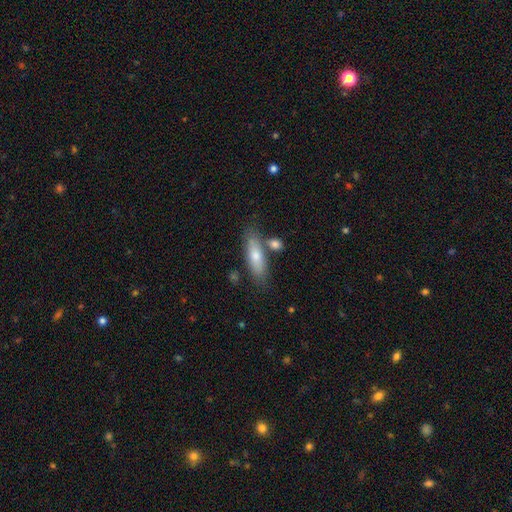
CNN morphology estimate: This appears to be a smooth galaxy with no disk features (68%) that is cigar-shaped (53%). Merging: none (73%).